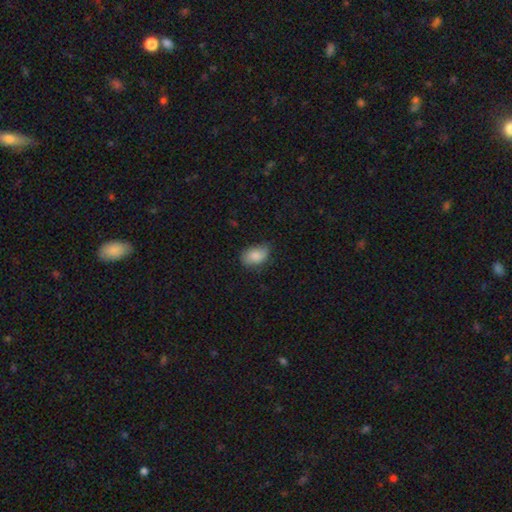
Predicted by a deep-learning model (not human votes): Smooth or featured? smooth (83%)
How rounded? in between (89%)
Merging? none (66%)